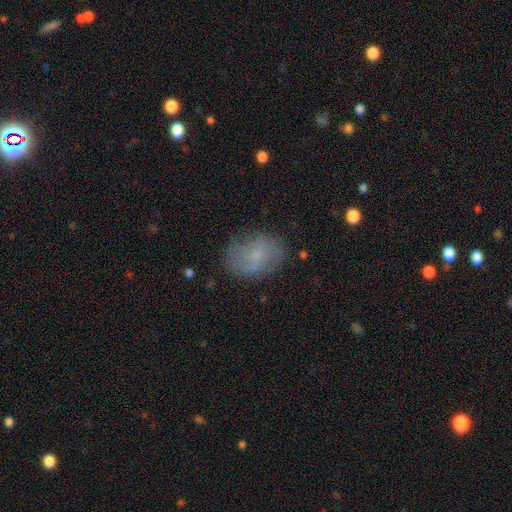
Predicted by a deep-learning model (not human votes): Smooth or featured: smooth — 45% (tied with featured or disk — 45%)
Merging: none — 70% (minor disturbance — 20%)